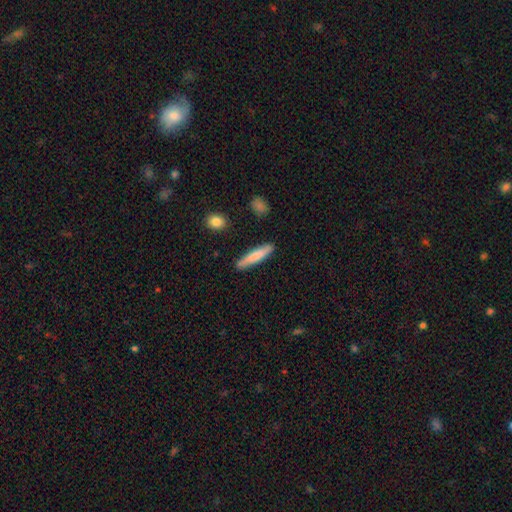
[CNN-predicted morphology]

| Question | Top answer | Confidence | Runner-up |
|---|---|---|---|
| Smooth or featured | smooth | 75% | featured or disk (19%) |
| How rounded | cigar-shaped | 90% | in between (9%) |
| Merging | none | 87% | minor disturbance (9%) |